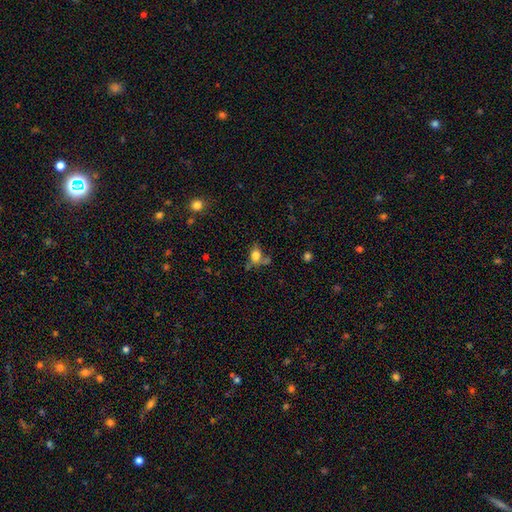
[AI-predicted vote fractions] A smooth galaxy with no disk features (76%) that is in between round and cigar-shaped (72%). Merging: none (48%).